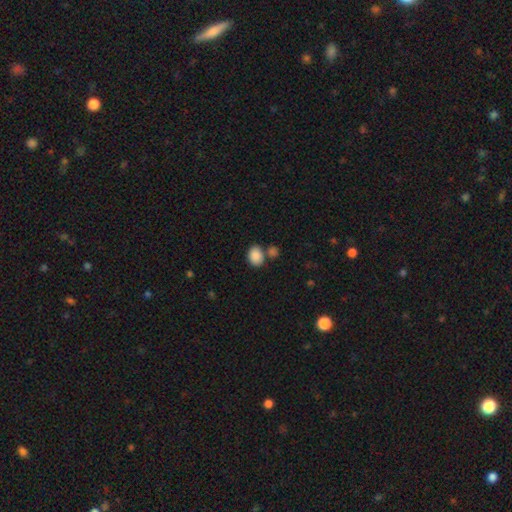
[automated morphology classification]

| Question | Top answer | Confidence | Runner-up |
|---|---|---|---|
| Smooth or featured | smooth | 87% | star or artifact (8%) |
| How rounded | in between | 61% | round (38%) |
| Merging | none | 61% | merger (23%) |